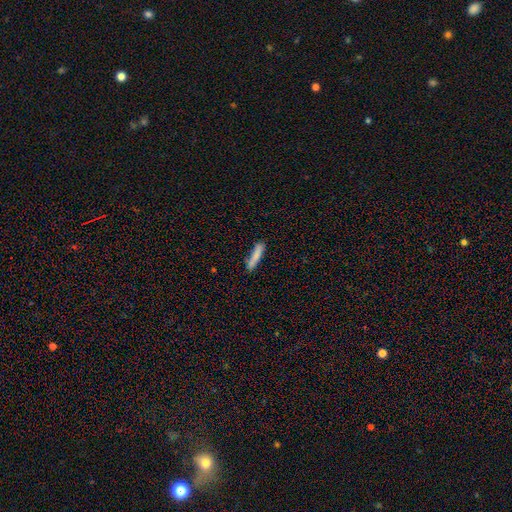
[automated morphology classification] Overall: smooth (82%). How rounded: cigar-shaped (87%). Merging: none (79%).